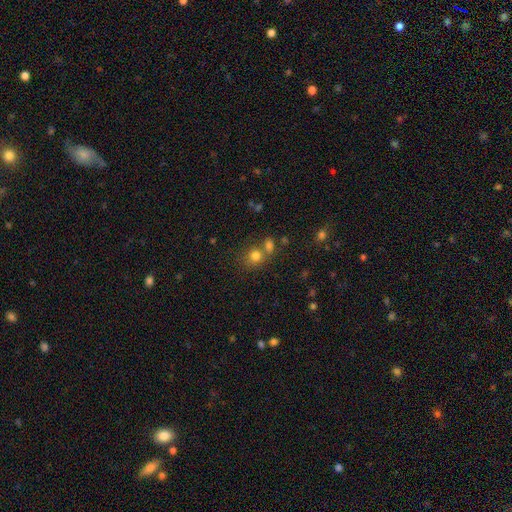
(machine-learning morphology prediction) Smooth or featured? smooth (77%)
How rounded? round (76%)
Merging? none (53%)